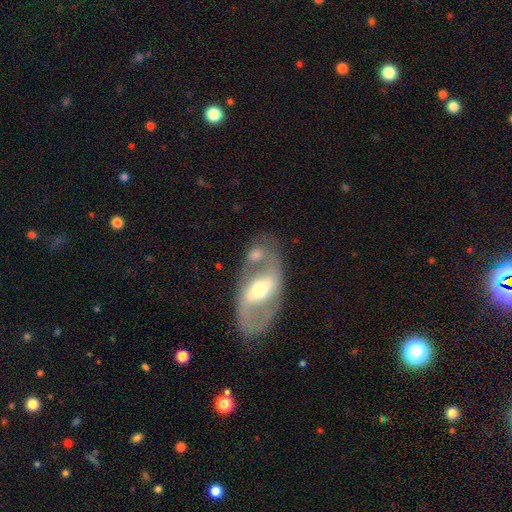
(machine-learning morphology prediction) smooth-or-featured: featured or disk: 69% | smooth: 24% | star or artifact: 7%
  disk-edge-on: no: 90% | yes: 10%
    bar: strong: 50% | weak: 30% | no: 20%
    has-spiral-arms: yes: 64% | no: 36%
    bulge-size: moderate: 60% | small: 24% | large: 12% | none: 2% | dominant: 2%
  merging: none: 42% | merger: 32% | minor disturbance: 14% | major disturbance: 12%